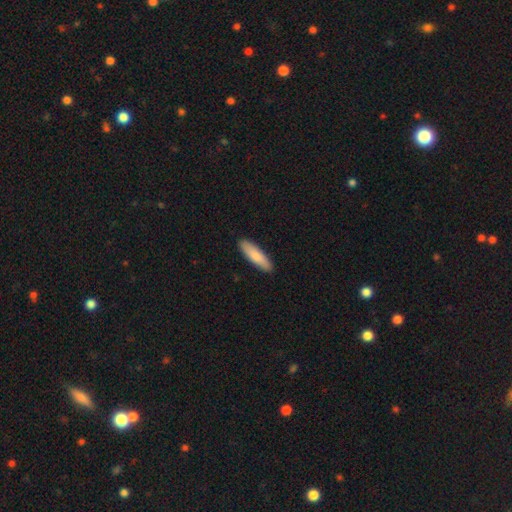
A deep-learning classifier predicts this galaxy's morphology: This is clearly a smooth galaxy (85%). How rounded: likely cigar-shaped (63%). Merging: clearly none (91%).